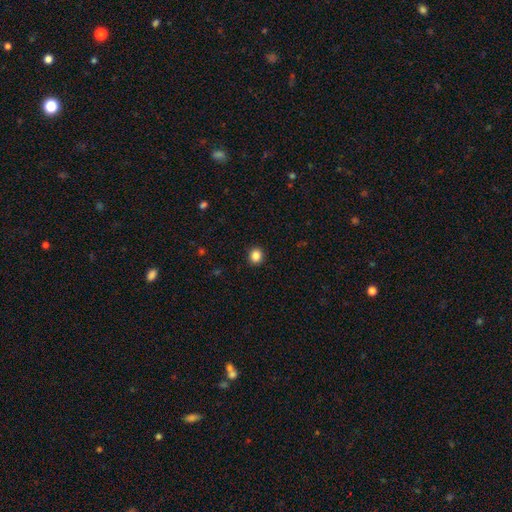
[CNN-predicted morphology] Smooth or featured? Predicted: smooth (p=0.86). How rounded? Predicted: round (p=0.80). Merging? Predicted: none (p=0.91).